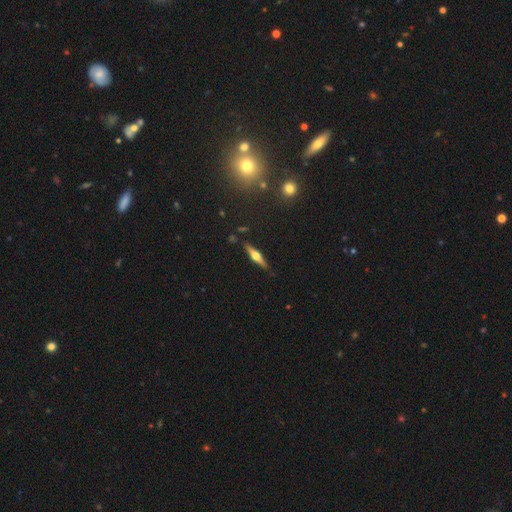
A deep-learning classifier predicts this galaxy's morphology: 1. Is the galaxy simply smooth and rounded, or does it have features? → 71% featured or disk, 23% smooth, 6% star or artifact.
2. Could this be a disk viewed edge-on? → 97% yes, 3% no.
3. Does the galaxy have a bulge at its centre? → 93% rounded, 5% boxy, 2% none.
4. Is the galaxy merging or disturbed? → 88% none, 8% minor disturbance, 2% merger, 2% major disturbance.